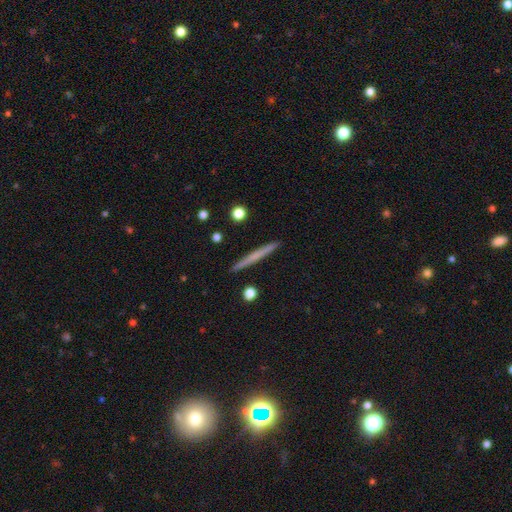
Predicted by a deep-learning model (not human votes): A smooth galaxy with no disk features (52%) that is cigar-shaped (96%).

Vote fractions:
- Smooth or featured? smooth: 52% / featured or disk: 41% / star or artifact: 6%
- How rounded? cigar-shaped: 96% / in between: 2% / round: 2%
- Merging? none: 92% / minor disturbance: 5% / merger: 2% / major disturbance: 1%